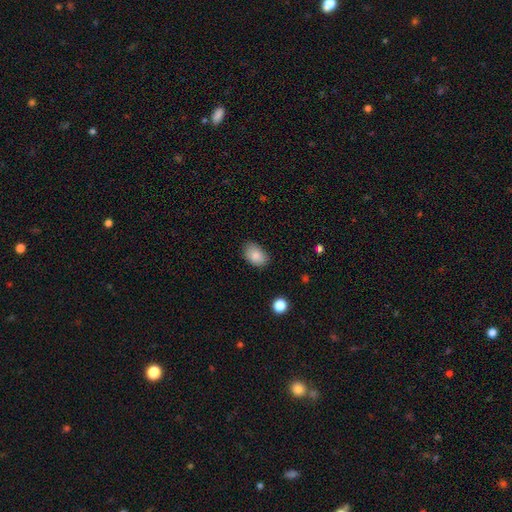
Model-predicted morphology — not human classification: Smooth or featured?
  - smooth: 86% *
  - star or artifact: 8%
  - featured or disk: 6%
How rounded?
  - in between: 85% *
  - round: 14%
  - cigar-shaped: 1%
Merging?
  - none: 80% *
  - minor disturbance: 15%
  - major disturbance: 3%
  - merger: 1%